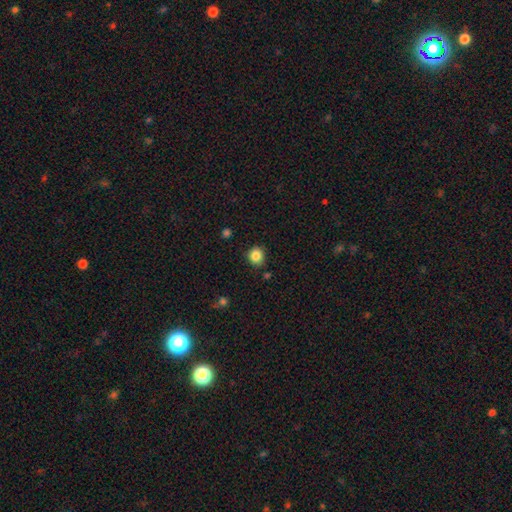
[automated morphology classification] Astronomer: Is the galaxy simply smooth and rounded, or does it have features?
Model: smooth — 85%.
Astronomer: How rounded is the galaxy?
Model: round — 84%.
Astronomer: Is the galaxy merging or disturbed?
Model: none — 85%.